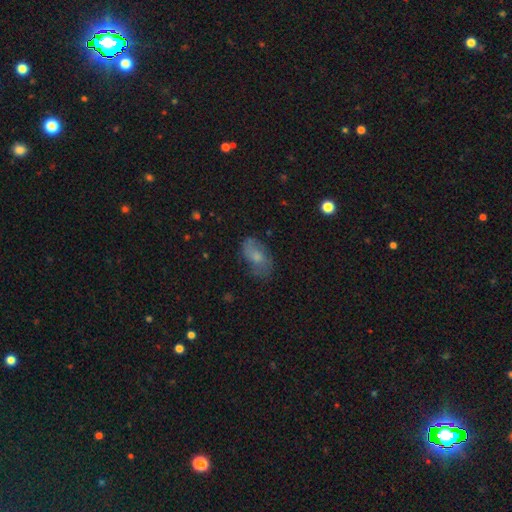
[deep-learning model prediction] This appears to be a smooth galaxy with no disk features (56%) that is in between round and cigar-shaped (89%). Merging: none (61%).